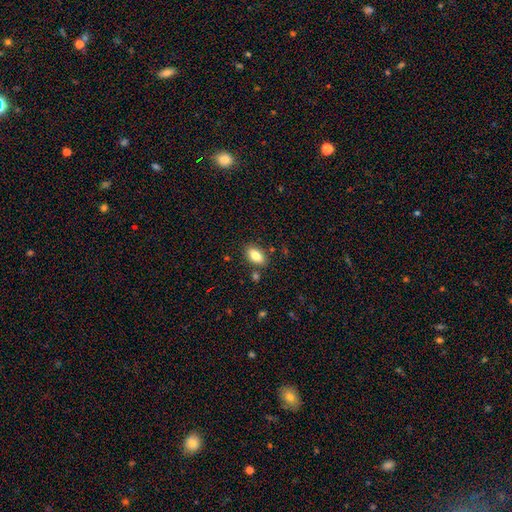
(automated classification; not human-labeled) smooth 82%, featured or disk 10%, star or artifact 8%. Down the decision tree: how rounded — in between (90%); merging — none (82%).